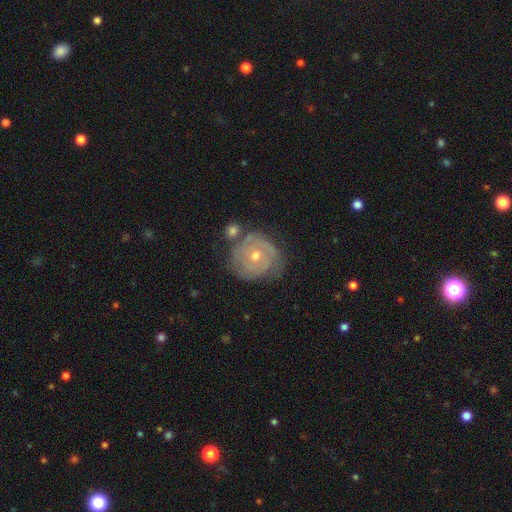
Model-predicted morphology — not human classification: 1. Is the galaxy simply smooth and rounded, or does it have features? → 72% featured or disk, 21% smooth, 7% star or artifact.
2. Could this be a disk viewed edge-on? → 97% no, 3% yes.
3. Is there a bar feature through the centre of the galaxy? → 81% no, 16% weak, 3% strong.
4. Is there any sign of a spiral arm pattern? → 82% yes, 18% no.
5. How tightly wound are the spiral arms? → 74% tight, 20% medium, 6% loose.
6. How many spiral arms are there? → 42% can't tell, 25% 2, 17% 3, 7% 1, 5% 4, 4% more than 4.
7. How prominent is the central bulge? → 50% moderate, 46% small, 1% large, 1% none, 1% dominant.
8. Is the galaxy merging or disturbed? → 60% none, 23% minor disturbance, 9% merger, 9% major disturbance.